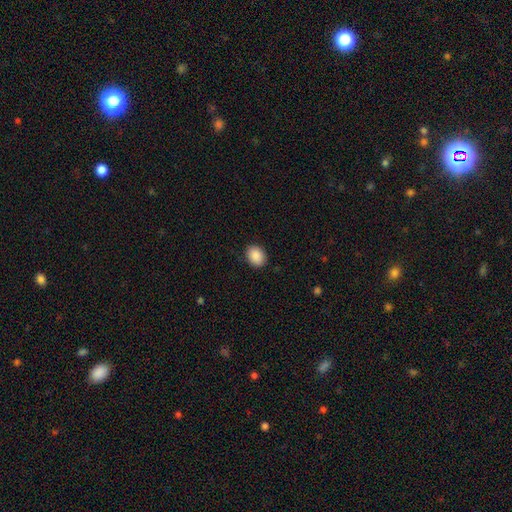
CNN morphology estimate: A smooth galaxy with no disk features (89%) that is in between round and cigar-shaped (60%).

Vote fractions:
- Smooth or featured? smooth: 89% / star or artifact: 7% / featured or disk: 3%
- How rounded? in between: 60% / round: 39% / cigar-shaped: 1%
- Merging? none: 88% / minor disturbance: 9% / major disturbance: 2% / merger: 1%